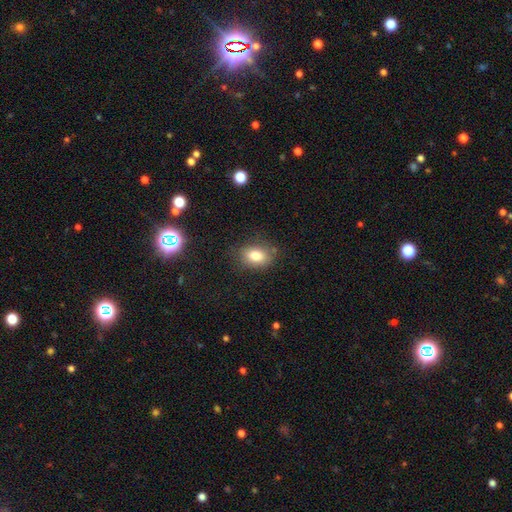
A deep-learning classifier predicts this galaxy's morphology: Overall: smooth (81%). How rounded: in between (76%). Merging: none (78%).